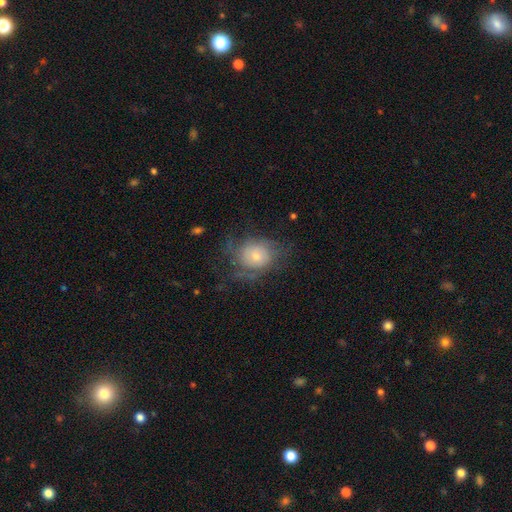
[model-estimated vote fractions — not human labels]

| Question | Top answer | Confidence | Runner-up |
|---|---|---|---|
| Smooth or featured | featured or disk | 49% | smooth (41%) |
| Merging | none | 48% | major disturbance (25%) |